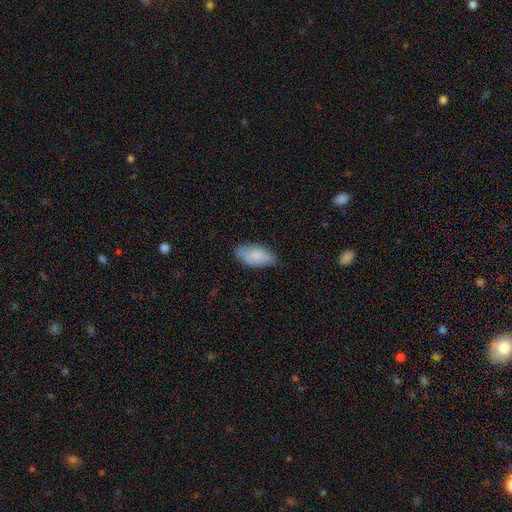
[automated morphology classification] smooth 79%, featured or disk 15%, star or artifact 6%. Down the decision tree: how rounded — in between (92%); merging — none (69%).